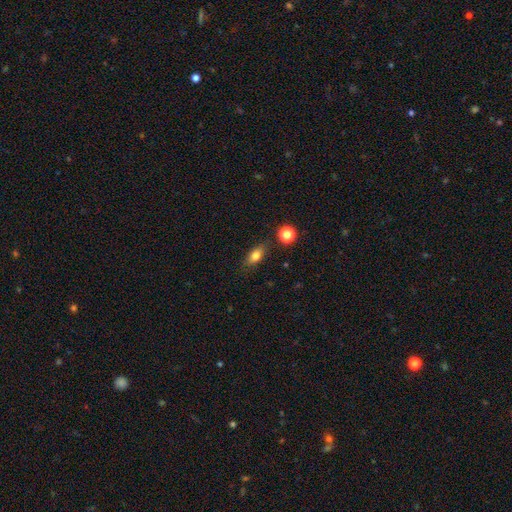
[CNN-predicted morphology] A smooth galaxy with no disk features (76%) that is in between round and cigar-shaped (75%). Merging: none (81%).